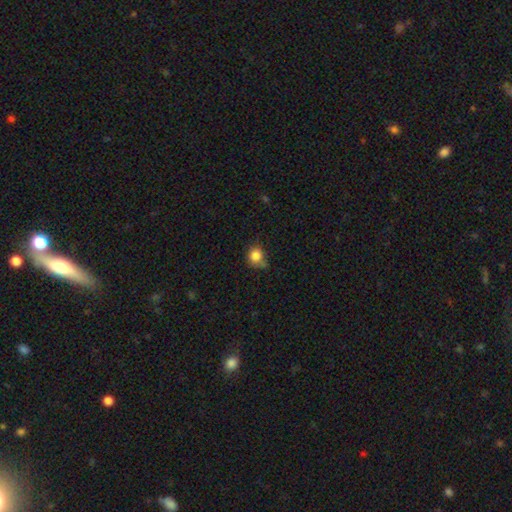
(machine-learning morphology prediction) smooth 82%, star or artifact 11%, featured or disk 7%. Down the decision tree: how rounded — round (75%); merging — none (52%).